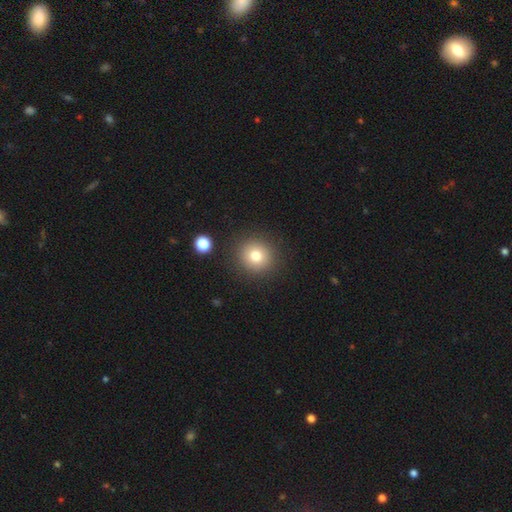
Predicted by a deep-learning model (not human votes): This appears to be a smooth galaxy with no disk features (78%) that is round (92%). Merging: none (88%).